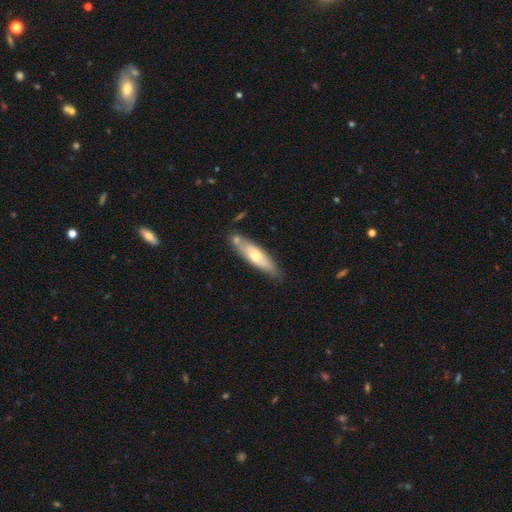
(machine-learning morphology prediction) type=smooth (48%); merging=none (67%).